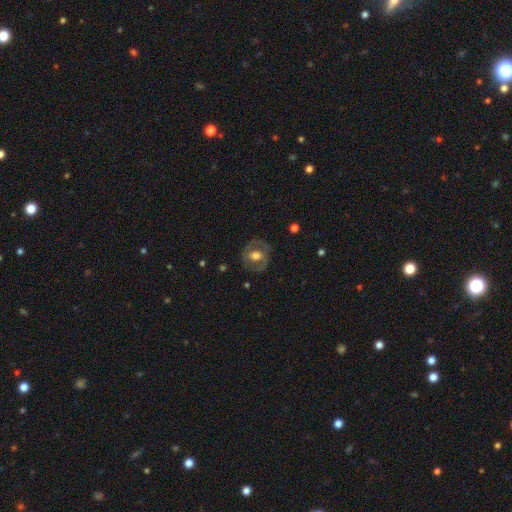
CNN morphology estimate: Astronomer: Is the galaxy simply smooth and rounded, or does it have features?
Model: featured or disk — 53% (runner-up: smooth, 40%).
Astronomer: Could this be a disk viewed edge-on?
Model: no — 95%.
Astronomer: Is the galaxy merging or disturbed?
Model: none — 77%.